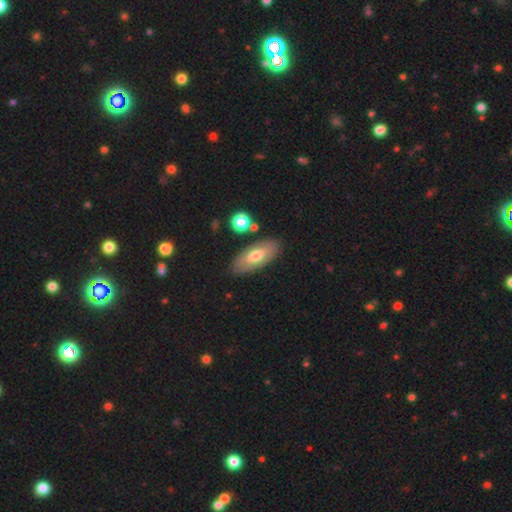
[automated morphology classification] A smooth galaxy with no disk features (55%) that is in between round and cigar-shaped (83%).

Vote fractions:
- Smooth or featured? smooth: 55% / featured or disk: 39% / star or artifact: 6%
- How rounded? in between: 83% / cigar-shaped: 15% / round: 3%
- Merging? none: 82% / minor disturbance: 11% / merger: 4% / major disturbance: 3%